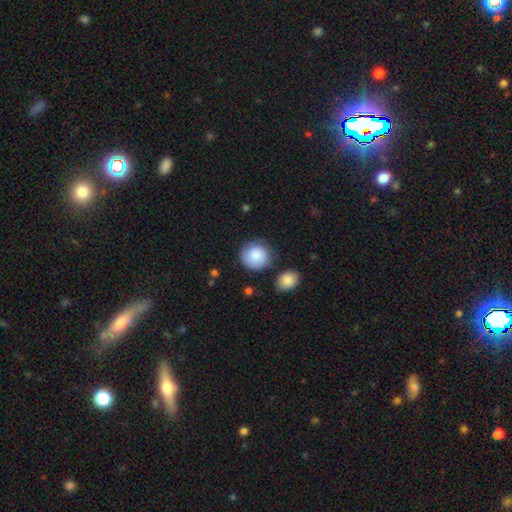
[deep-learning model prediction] Overall: smooth (82%). How rounded: round (87%). Merging: none (73%).